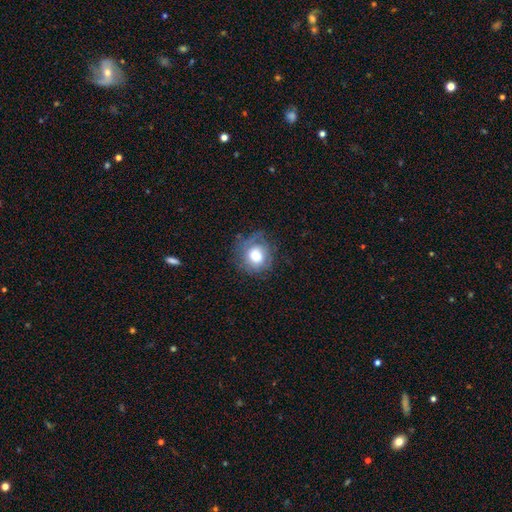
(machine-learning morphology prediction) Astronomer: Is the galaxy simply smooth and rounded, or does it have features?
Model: smooth — 69%.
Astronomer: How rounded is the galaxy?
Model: round — 85%.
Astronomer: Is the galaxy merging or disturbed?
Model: none — 65%.